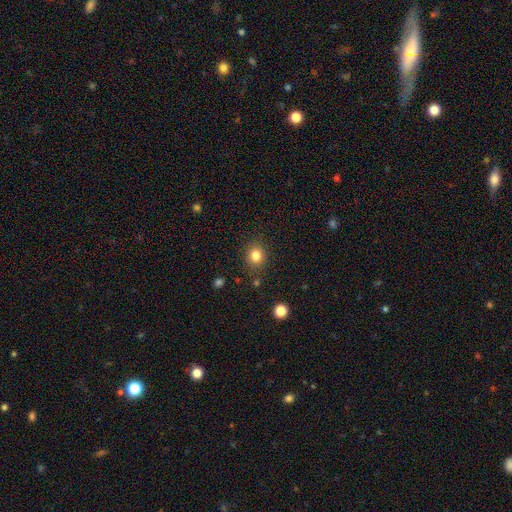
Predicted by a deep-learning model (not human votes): This is clearly a smooth galaxy (83%). How rounded: likely round (73%). Merging: clearly none (84%).